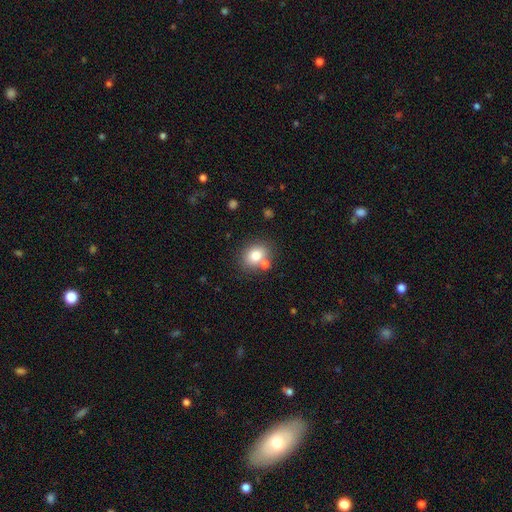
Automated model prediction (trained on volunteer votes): Smooth or featured? Predicted: smooth (p=0.78). How rounded? Predicted: in between (p=0.50). Merging? Predicted: none (p=0.67).